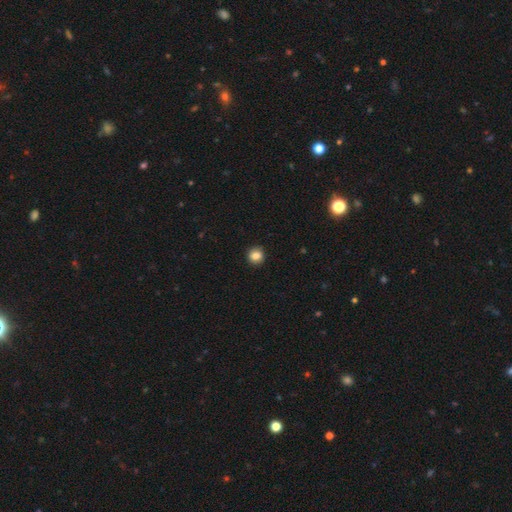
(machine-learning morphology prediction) A smooth galaxy with no disk features (84%) that is round (88%). Merging: none (91%).